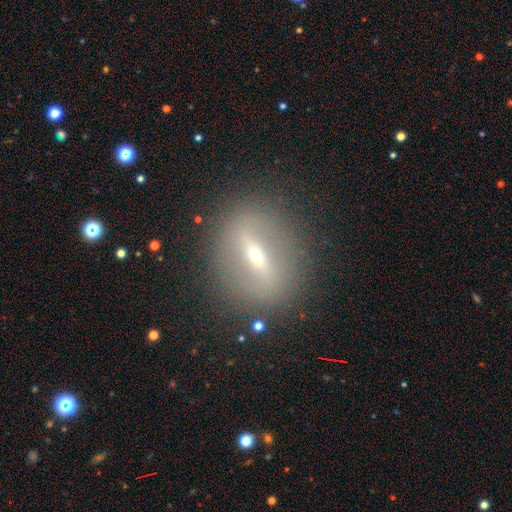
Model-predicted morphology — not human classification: Smooth or featured? featured or disk (64%)
Edge-on disk? no (56%)
Merging? none (86%)